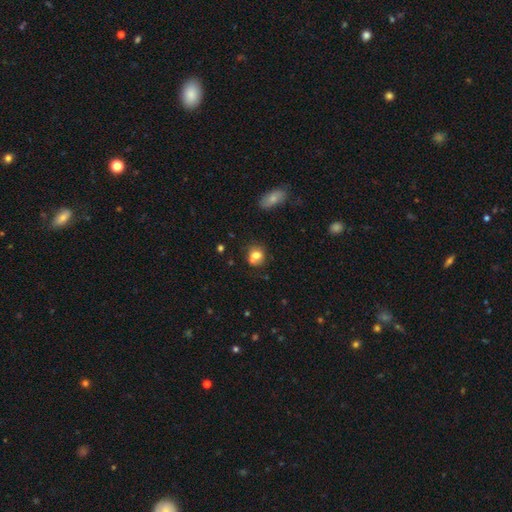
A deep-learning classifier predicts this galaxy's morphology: This is likely a smooth galaxy (72%). How rounded: likely round (71%). Merging: possibly none (47%).